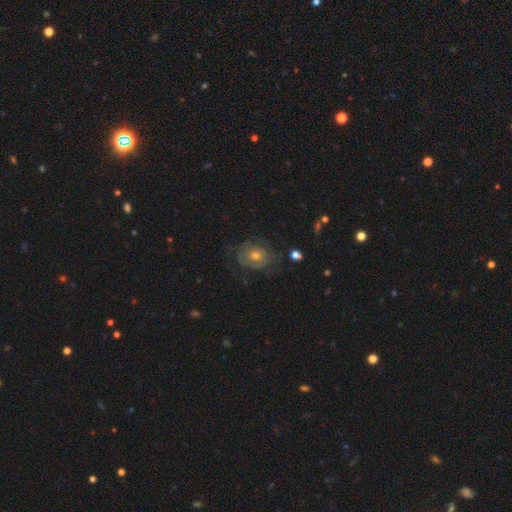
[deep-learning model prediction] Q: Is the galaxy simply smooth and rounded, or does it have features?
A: featured or disk — 61%.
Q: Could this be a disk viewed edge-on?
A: no — 96%.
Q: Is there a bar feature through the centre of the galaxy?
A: no — 81%.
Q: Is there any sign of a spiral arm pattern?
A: yes — 73%.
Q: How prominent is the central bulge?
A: moderate — 56%.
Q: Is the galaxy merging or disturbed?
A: none — 69%.